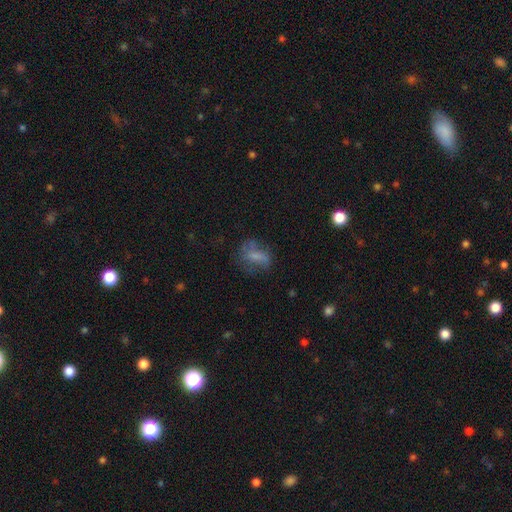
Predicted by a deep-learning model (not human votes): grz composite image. It shows a smooth galaxy with no disk features (53%) that is in between round and cigar-shaped (70%). Merging: none (46%).